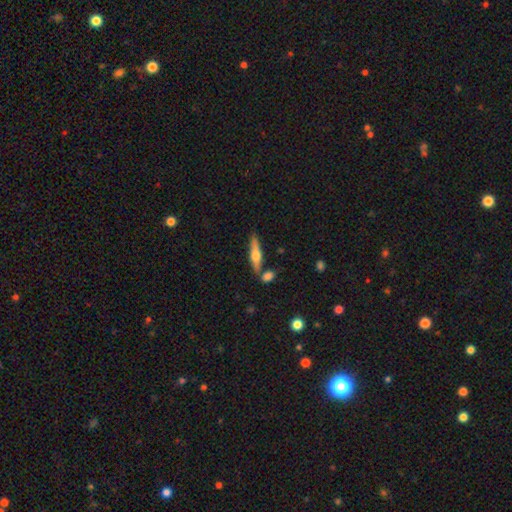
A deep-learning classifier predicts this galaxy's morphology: smooth_or_featured: featured or disk (p=0.52) [alt: smooth p=0.42]
disk_edge_on: yes (p=0.94) [alt: no p=0.06]
merging: none (p=0.74) [alt: merger p=0.12]